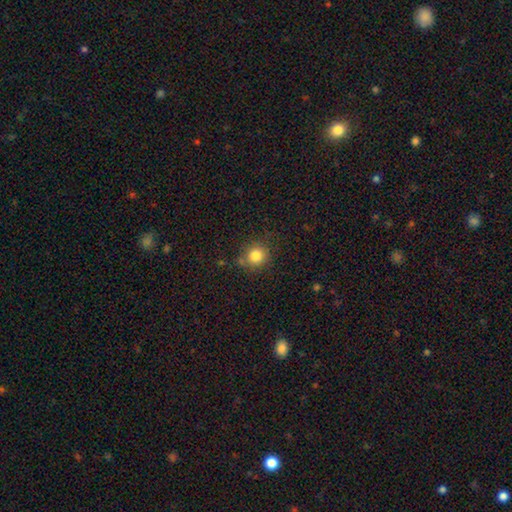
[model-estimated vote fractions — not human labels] Q: Smooth or featured?
A: smooth (82%); runner-up: star or artifact (12%)
Q: How rounded?
A: round (90%); runner-up: in between (9%)
Q: Merging?
A: none (80%); runner-up: minor disturbance (12%)